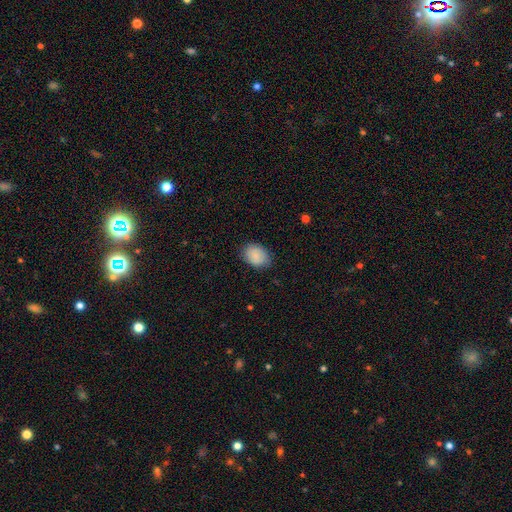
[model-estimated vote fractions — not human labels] smooth_or_featured: smooth (p=0.87) [alt: star or artifact p=0.07]
how_rounded: in between (p=0.72) [alt: round p=0.27]
merging: none (p=0.81) [alt: minor disturbance p=0.15]